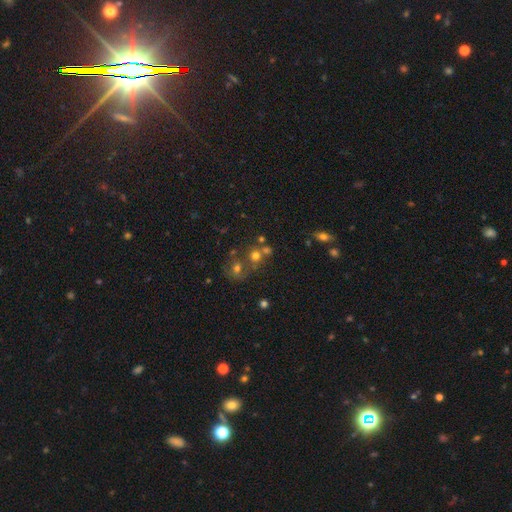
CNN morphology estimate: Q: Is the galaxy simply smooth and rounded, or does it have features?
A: smooth — 62%.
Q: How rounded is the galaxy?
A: round — 83%.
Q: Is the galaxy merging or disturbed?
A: none — 47%.